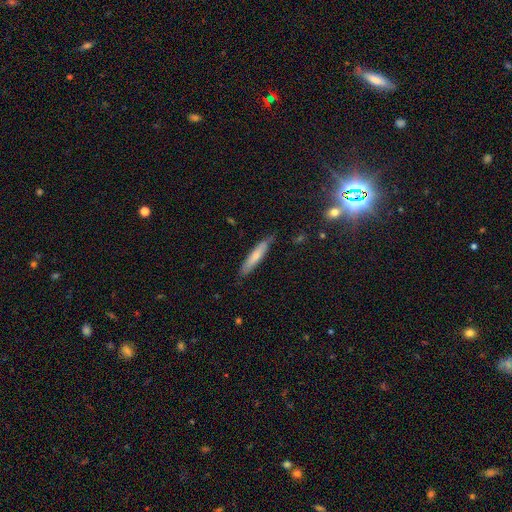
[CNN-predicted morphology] This appears to be a smooth galaxy with no disk features (65%) that is cigar-shaped (88%). Merging: none (78%).